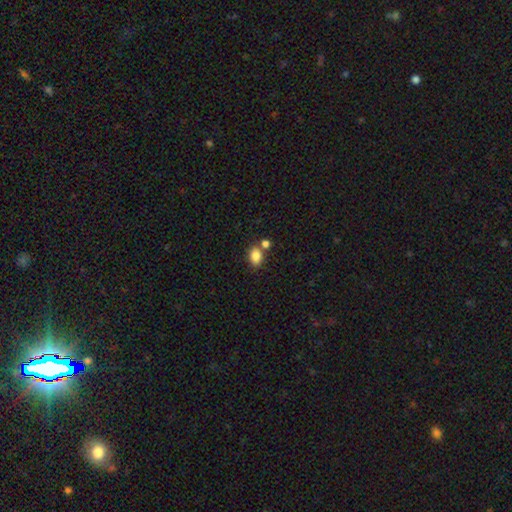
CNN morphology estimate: A smooth galaxy with no disk features (85%) that is in between round and cigar-shaped (77%).

Vote fractions:
- Smooth or featured? smooth: 85% / star or artifact: 9% / featured or disk: 5%
- How rounded? in between: 77% / round: 21% / cigar-shaped: 1%
- Merging? none: 60% / merger: 25% / minor disturbance: 11% / major disturbance: 4%